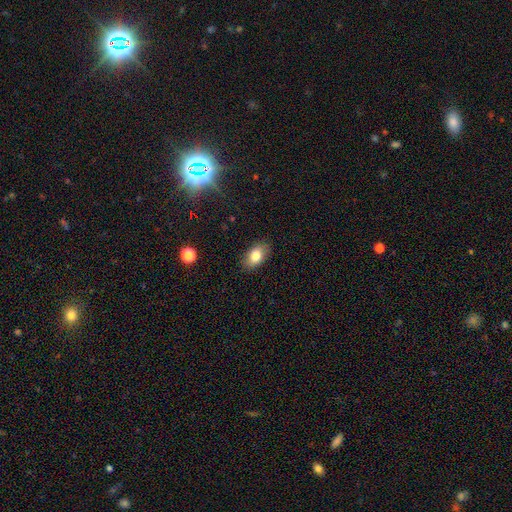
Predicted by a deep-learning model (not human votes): Smooth or featured? Predicted: smooth (p=0.81). How rounded? Predicted: in between (p=0.90). Merging? Predicted: none (p=0.87).